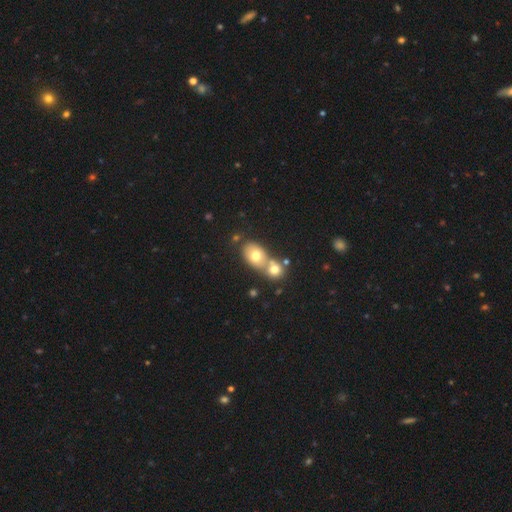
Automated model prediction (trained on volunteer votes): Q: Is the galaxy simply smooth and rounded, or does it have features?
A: smooth — 69%.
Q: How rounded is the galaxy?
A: in between — 67%.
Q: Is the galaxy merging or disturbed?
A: merger — 59%.